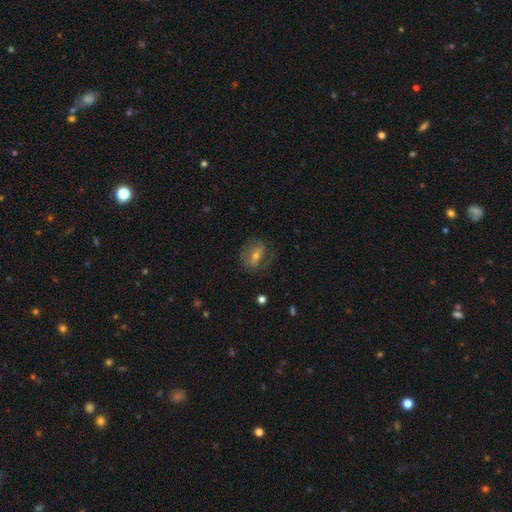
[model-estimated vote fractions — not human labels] Smooth or featured: featured or disk — 54% (smooth — 37%)
Edge-on disk: no — 92% (yes — 8%)
Merging: none — 63% (minor disturbance — 21%)